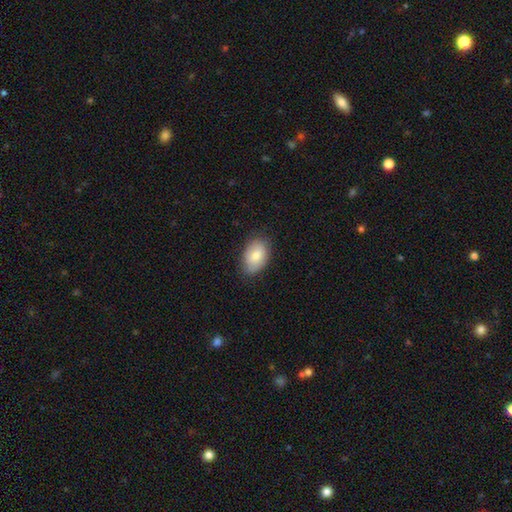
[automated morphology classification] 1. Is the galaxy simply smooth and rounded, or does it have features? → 81% smooth, 13% featured or disk, 6% star or artifact.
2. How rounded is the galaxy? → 89% in between, 10% round, 1% cigar-shaped.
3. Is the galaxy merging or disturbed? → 80% none, 16% minor disturbance, 3% major disturbance, 1% merger.